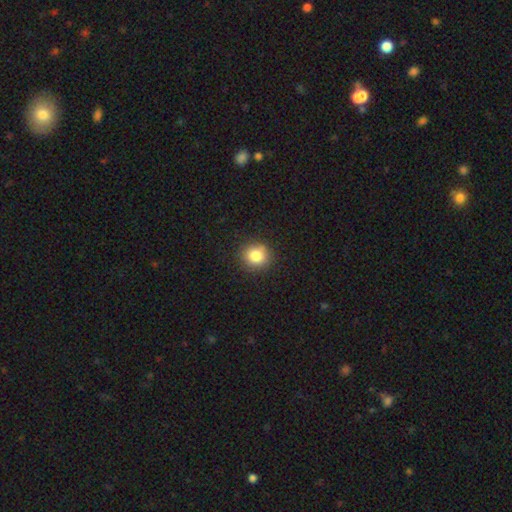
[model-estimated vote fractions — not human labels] smooth_or_featured: smooth (p=0.82) [alt: star or artifact p=0.11]
how_rounded: round (p=0.86) [alt: in between p=0.14]
merging: none (p=0.87) [alt: minor disturbance p=0.09]